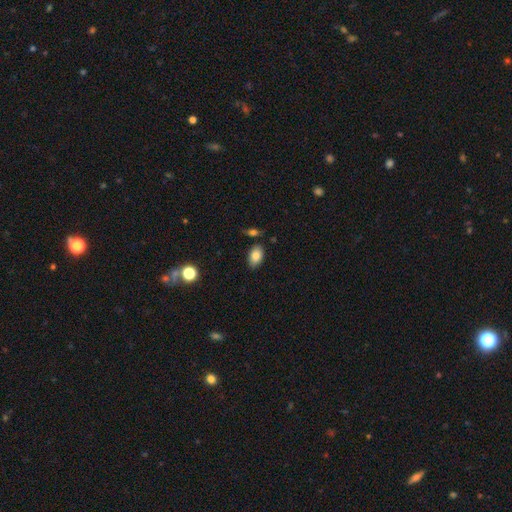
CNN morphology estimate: A smooth galaxy with no disk features (84%) that is in between round and cigar-shaped (91%). Merging: none (81%).